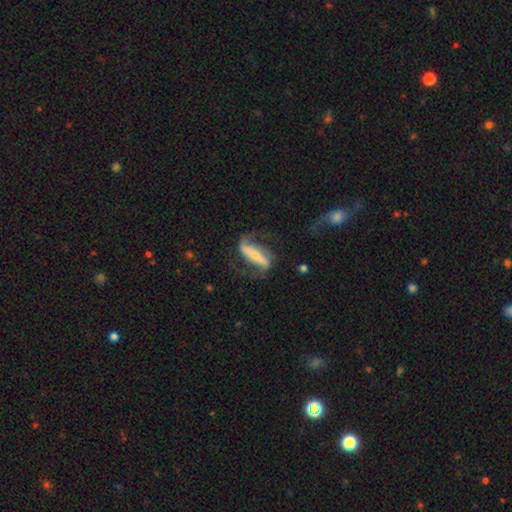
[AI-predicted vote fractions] Smooth or featured: featured or disk — 80% (smooth — 14%)
Edge-on disk: no — 85% (yes — 15%)
Bar: strong — 71% (weak — 16%)
Spiral arms: yes — 91% (no — 9%)
Spiral winding: loose — 54% (medium — 34%)
Spiral arm count: 2 — 90% (can't tell — 3%)
Bulge size: small — 61% (moderate — 27%)
Merging: none — 63% (major disturbance — 18%)